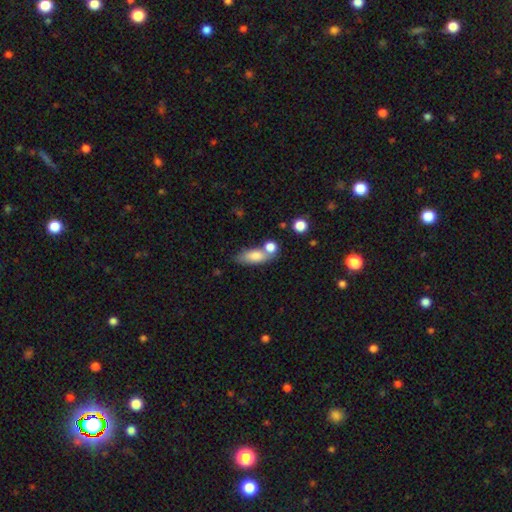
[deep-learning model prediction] Q: Smooth or featured?
A: smooth (79%); runner-up: featured or disk (14%)
Q: How rounded?
A: in between (70%); runner-up: cigar-shaped (24%)
Q: Merging?
A: none (51%); runner-up: merger (27%)